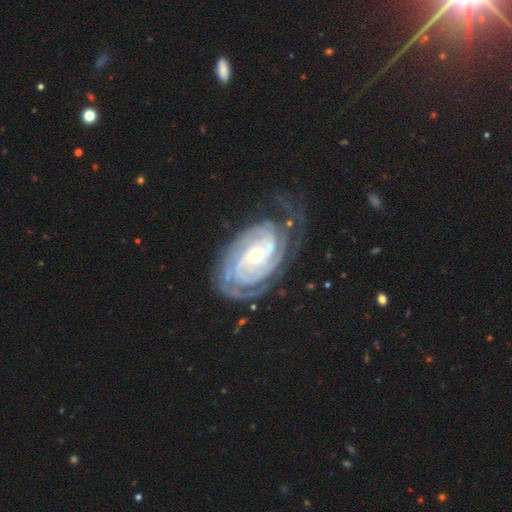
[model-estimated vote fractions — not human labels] Smooth or featured? Predicted: featured or disk (p=0.92). Edge-on disk? Predicted: no (p=0.96). Bar? Predicted: no (p=0.62). Spiral arms? Predicted: yes (p=0.98). Spiral winding? Predicted: tight (p=0.81). Spiral arm count? Predicted: 2 (p=0.29). Bulge size? Predicted: small (p=0.56). Merging? Predicted: none (p=0.65).